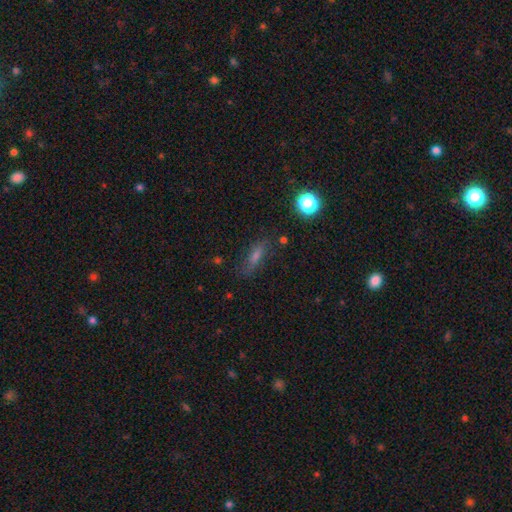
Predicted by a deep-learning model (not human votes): Smooth or featured?
  - smooth: 54% *
  - featured or disk: 27%
  - star or artifact: 20%
How rounded?
  - cigar-shaped: 56% *
  - in between: 37%
  - round: 7%
Merging?
  - none: 77% *
  - minor disturbance: 15%
  - major disturbance: 5%
  - merger: 3%